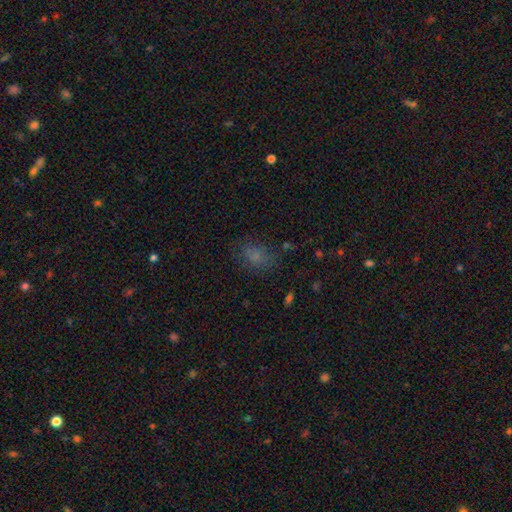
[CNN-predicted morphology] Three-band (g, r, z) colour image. It shows a smooth galaxy with no disk features (71%) that is in between round and cigar-shaped (72%). Merging: none (67%).